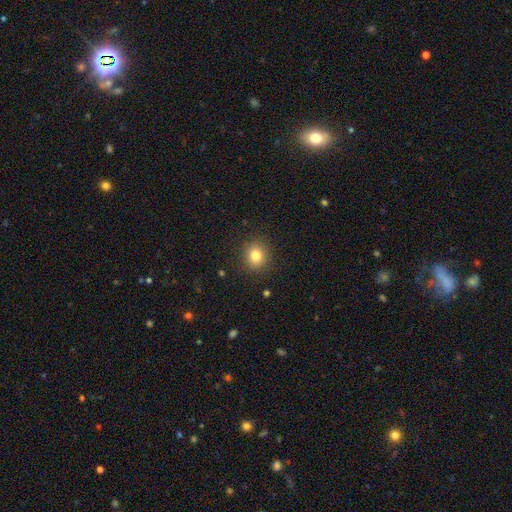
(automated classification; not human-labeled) smooth_or_featured: smooth (p=0.81) [alt: star or artifact p=0.12]
how_rounded: round (p=0.84) [alt: in between p=0.15]
merging: none (p=0.89) [alt: minor disturbance p=0.07]